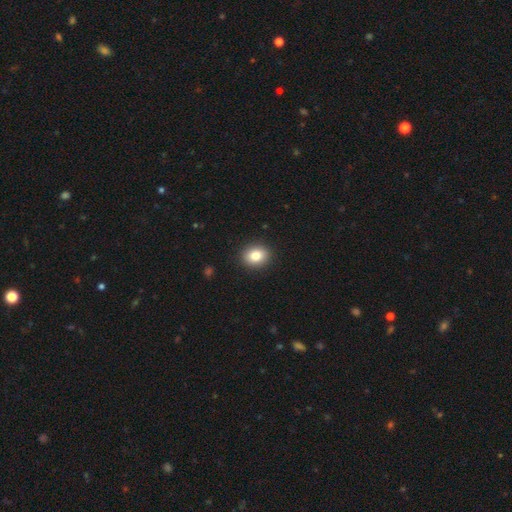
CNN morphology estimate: smooth 84%, star or artifact 9%, featured or disk 7%. Down the decision tree: how rounded — round (59%); merging — none (91%).